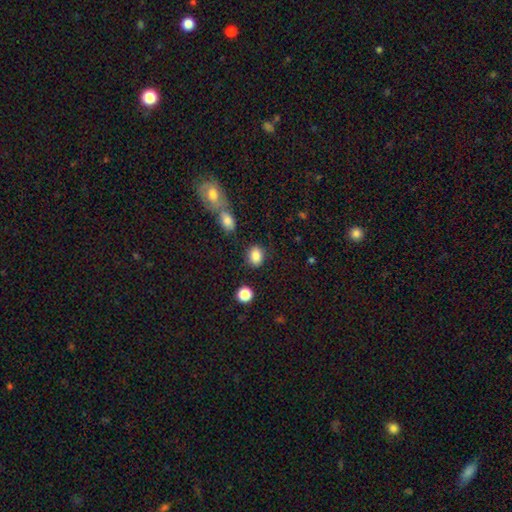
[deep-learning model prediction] smooth-or-featured: smooth: 85% | star or artifact: 9% | featured or disk: 5%
  how-rounded: in between: 53% | round: 46% | cigar-shaped: 1%
  merging: none: 81% | minor disturbance: 11% | merger: 5% | major disturbance: 3%